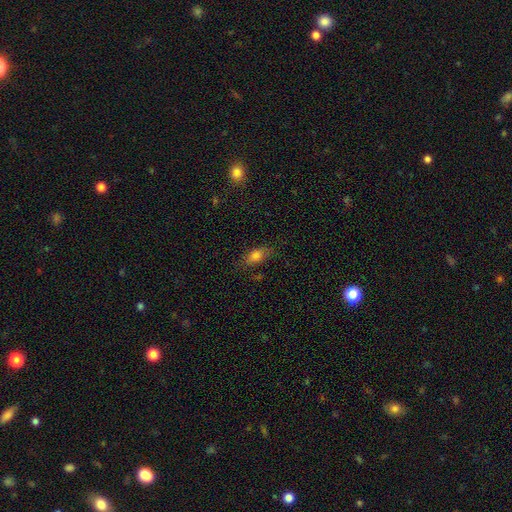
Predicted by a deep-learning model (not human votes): Smooth or featured?
  - smooth: 76% *
  - featured or disk: 13%
  - star or artifact: 11%
How rounded?
  - in between: 83% *
  - cigar-shaped: 9%
  - round: 8%
Merging?
  - none: 72% *
  - minor disturbance: 20%
  - major disturbance: 6%
  - merger: 2%